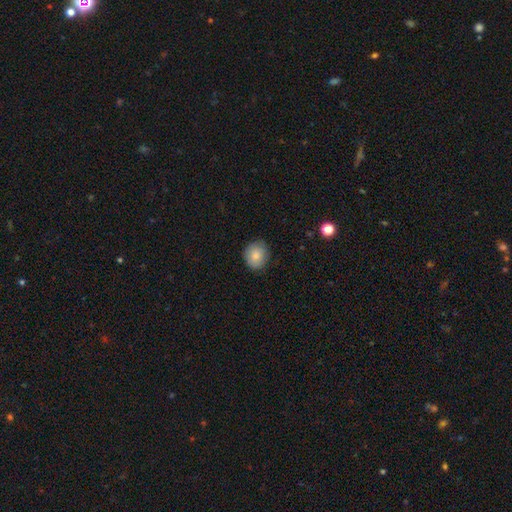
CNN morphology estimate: Smooth or featured?
  - smooth: 83% *
  - featured or disk: 10%
  - star or artifact: 8%
How rounded?
  - round: 72% *
  - in between: 28%
  - cigar-shaped: 1%
Merging?
  - none: 84% *
  - minor disturbance: 12%
  - major disturbance: 2%
  - merger: 1%